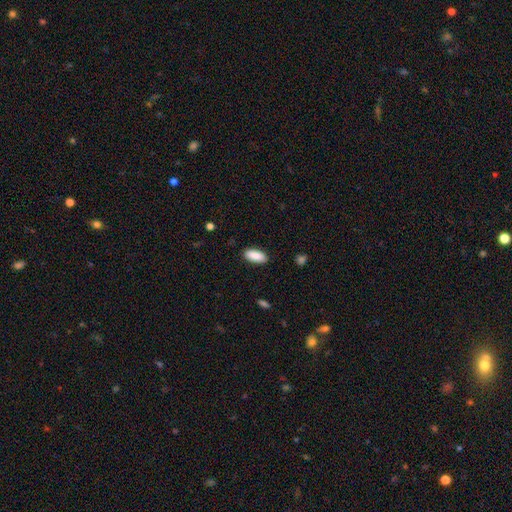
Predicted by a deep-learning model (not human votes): Smooth or featured?
  - smooth: 89% *
  - star or artifact: 6%
  - featured or disk: 5%
How rounded?
  - in between: 85% *
  - cigar-shaped: 13%
  - round: 2%
Merging?
  - none: 89% *
  - minor disturbance: 8%
  - major disturbance: 2%
  - merger: 1%